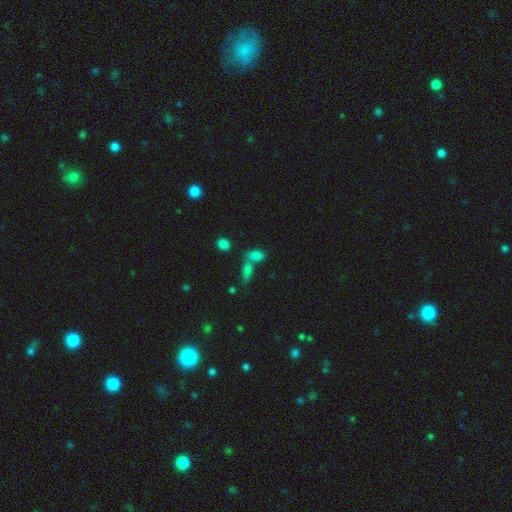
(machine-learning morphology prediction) This is likely a smooth galaxy (78%). How rounded: clearly in between (82%). Merging: possibly merger (45%).